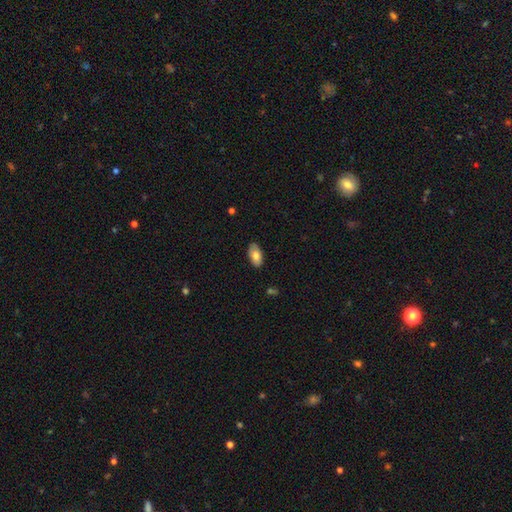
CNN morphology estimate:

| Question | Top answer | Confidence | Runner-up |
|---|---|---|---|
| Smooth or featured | smooth | 76% | featured or disk (18%) |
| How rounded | in between | 94% | round (3%) |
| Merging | none | 85% | minor disturbance (12%) |